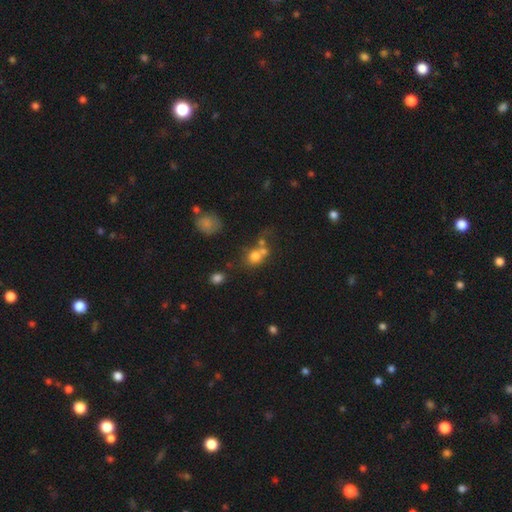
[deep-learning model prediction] This appears to be a smooth galaxy with no disk features (72%) that is round (73%). Merging: merger (44%).